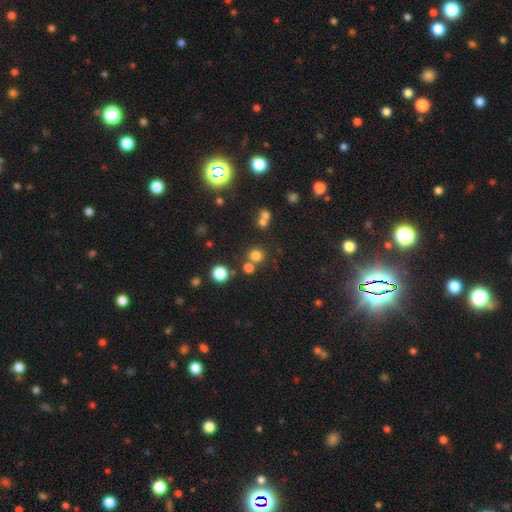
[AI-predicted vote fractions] Smooth or featured? smooth (73%)
How rounded? round (89%)
Merging? none (70%)